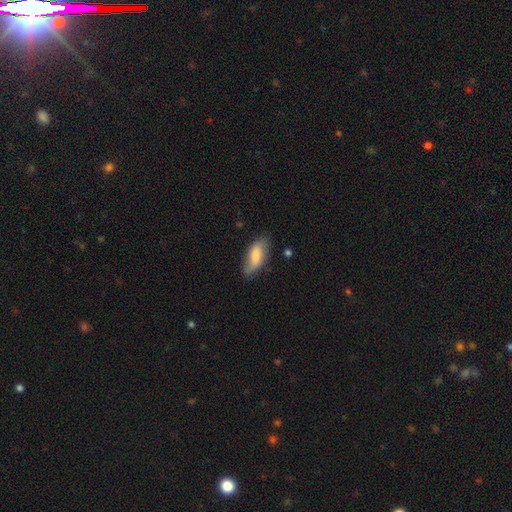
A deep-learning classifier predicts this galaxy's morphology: Smooth or featured? Predicted: smooth (p=0.74). How rounded? Predicted: in between (p=0.82). Merging? Predicted: none (p=0.67).